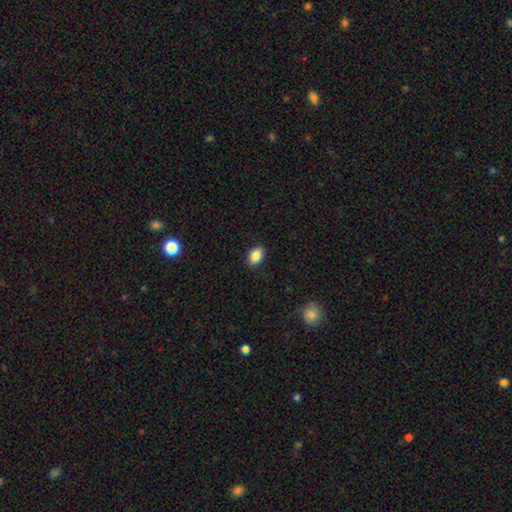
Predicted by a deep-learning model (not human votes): This is clearly a smooth galaxy (86%). How rounded: clearly in between (84%). Merging: clearly none (88%).